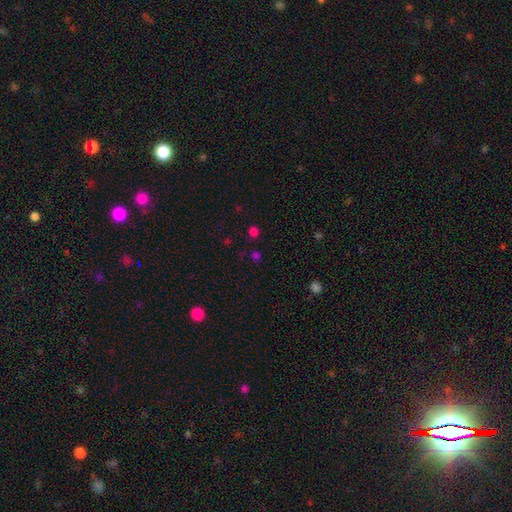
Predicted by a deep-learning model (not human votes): A smooth galaxy with no disk features (62%) that is round (85%). Merging: none (83%).